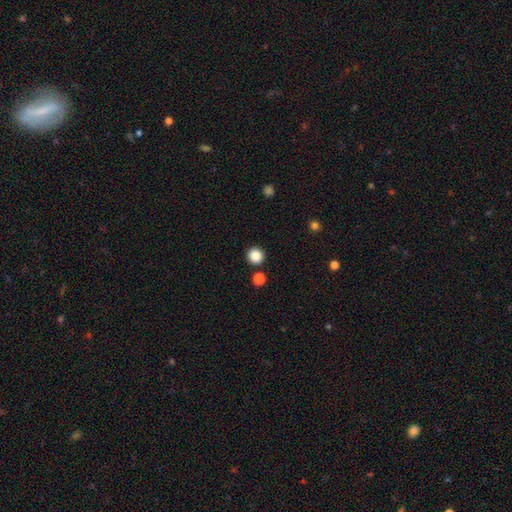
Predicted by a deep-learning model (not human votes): Overall: smooth (86%). How rounded: round (94%). Merging: none (90%).